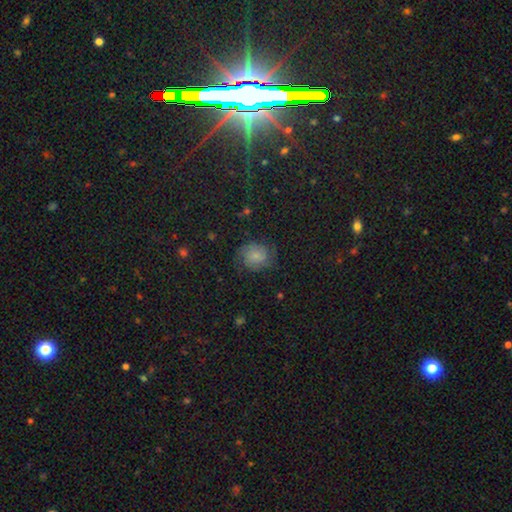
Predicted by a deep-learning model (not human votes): A smooth galaxy with no disk features (50%) that is round (75%). Merging: none (70%).